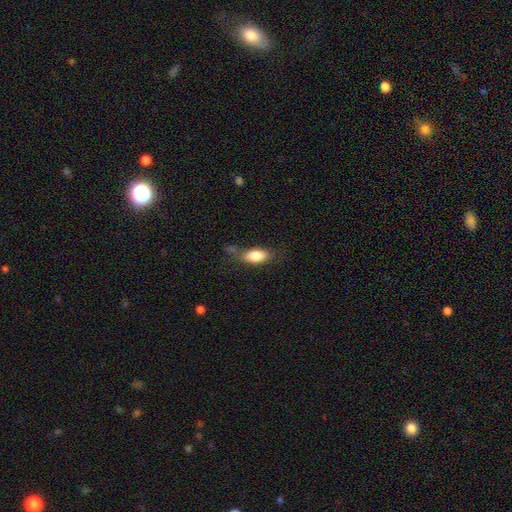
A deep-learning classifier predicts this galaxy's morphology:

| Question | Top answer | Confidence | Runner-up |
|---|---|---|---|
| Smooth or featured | smooth | 81% | featured or disk (12%) |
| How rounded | in between | 85% | cigar-shaped (10%) |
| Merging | none | 57% | minor disturbance (24%) |